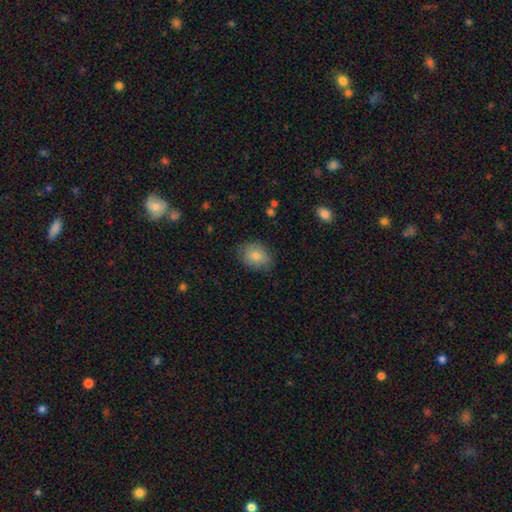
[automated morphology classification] Smooth or featured? smooth (81%)
How rounded? in between (60%)
Merging? none (77%)